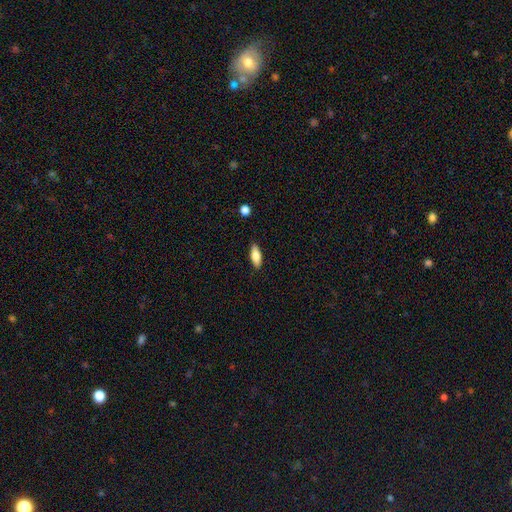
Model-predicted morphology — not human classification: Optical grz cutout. It shows a smooth galaxy with no disk features (79%) that is in between round and cigar-shaped (78%). Merging: none (87%).